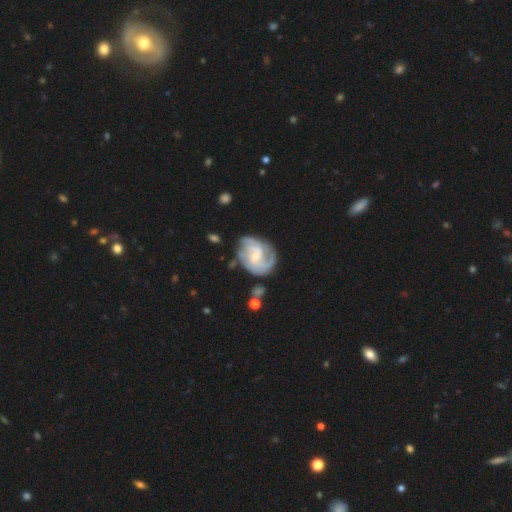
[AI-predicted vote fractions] A featured or disk galaxy (86%) with a weak bar (50%), 2 (43%) tight (46%) spiral arms (96%) and a small central bulge (59%). Merging: none (65%).